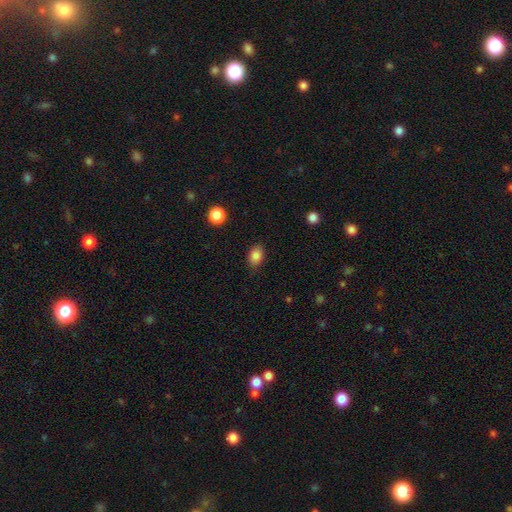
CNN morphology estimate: A smooth galaxy with no disk features (85%) that is in between round and cigar-shaped (78%). Merging: none (85%).